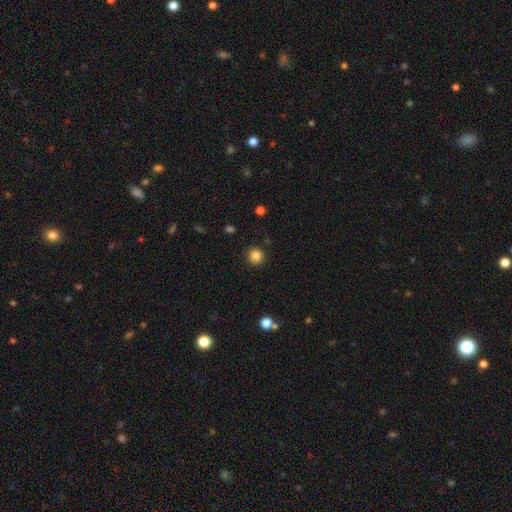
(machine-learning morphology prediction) The model was most divided on "smooth or featured": smooth: 85%, star or artifact: 11%, featured or disk: 4%. More confident: how rounded — round (94%); merging — none (91%).